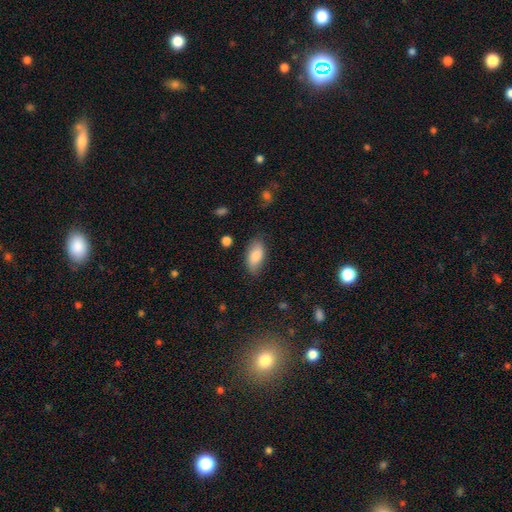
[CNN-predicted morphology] Smooth or featured?
  - smooth: 83% *
  - featured or disk: 10%
  - star or artifact: 7%
How rounded?
  - in between: 91% *
  - cigar-shaped: 6%
  - round: 3%
Merging?
  - none: 78% *
  - minor disturbance: 17%
  - major disturbance: 4%
  - merger: 2%